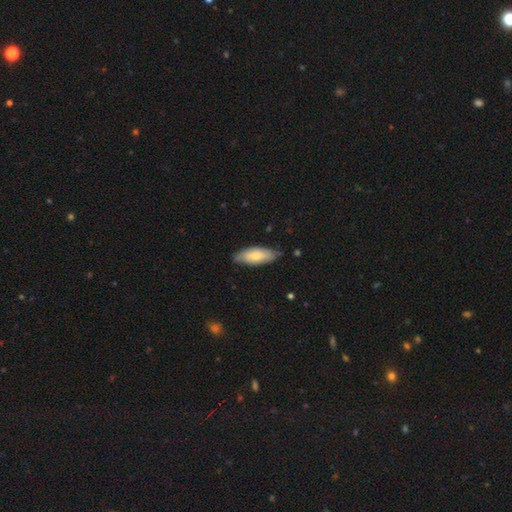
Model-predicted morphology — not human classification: The model was most divided on "smooth or featured": smooth: 63%, featured or disk: 31%, star or artifact: 5%. More confident: how rounded — in between (79%); merging — none (72%).